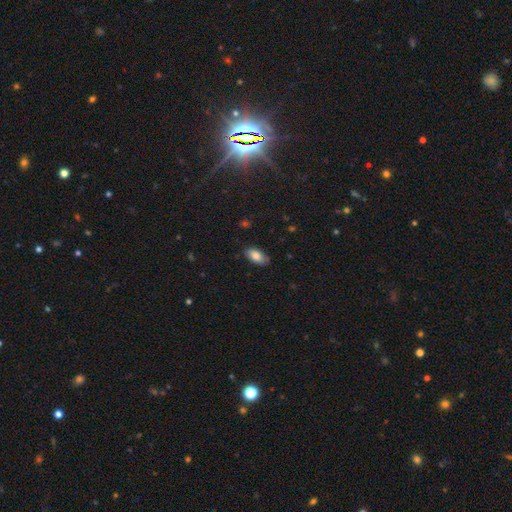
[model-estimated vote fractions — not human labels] Smooth or featured?
  - smooth: 82% *
  - featured or disk: 11%
  - star or artifact: 7%
How rounded?
  - in between: 93% *
  - cigar-shaped: 4%
  - round: 3%
Merging?
  - none: 82% *
  - minor disturbance: 14%
  - major disturbance: 2%
  - merger: 1%